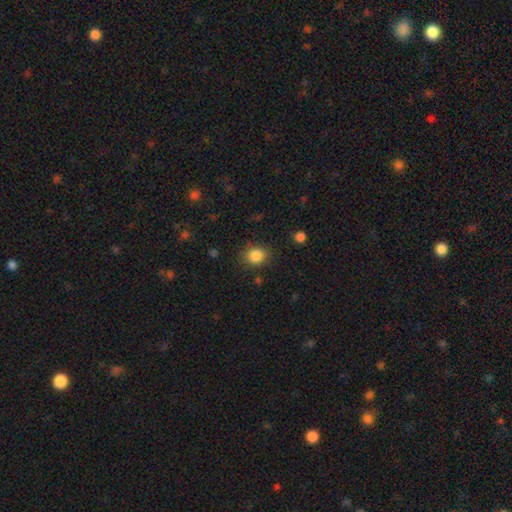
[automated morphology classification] A smooth galaxy with no disk features (85%) that is round (71%). Merging: none (82%).